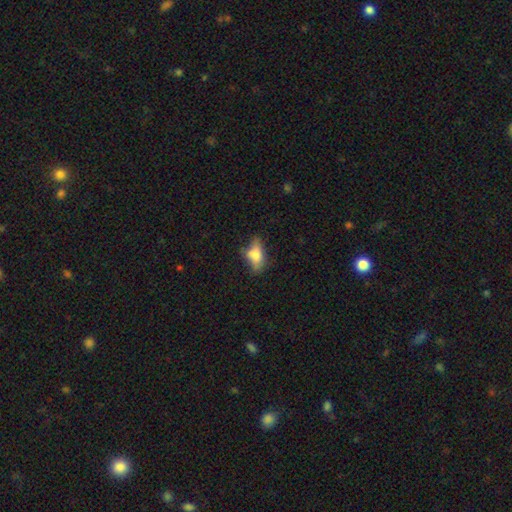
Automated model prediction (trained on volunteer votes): smooth-or-featured: smooth: 64% | featured or disk: 26% | star or artifact: 10%
  how-rounded: in between: 82% | cigar-shaped: 11% | round: 7%
  merging: none: 47% | minor disturbance: 30% | major disturbance: 16% | merger: 8%